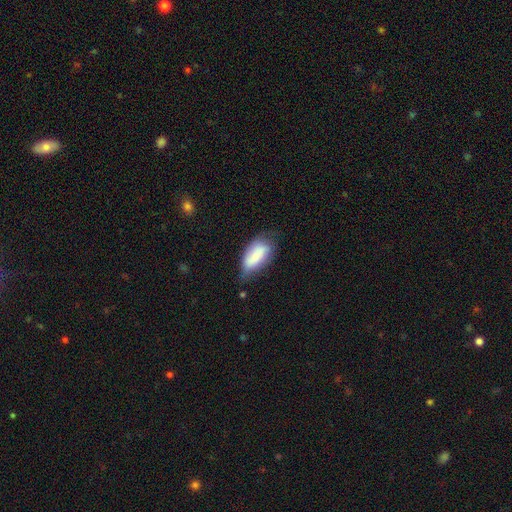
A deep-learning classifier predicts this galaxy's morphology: A smooth galaxy with no disk features (76%) that is in between round and cigar-shaped (88%).

Vote fractions:
- Smooth or featured? smooth: 76% / featured or disk: 17% / star or artifact: 7%
- How rounded? in between: 88% / cigar-shaped: 9% / round: 3%
- Merging? none: 44% / minor disturbance: 40% / major disturbance: 13% / merger: 3%